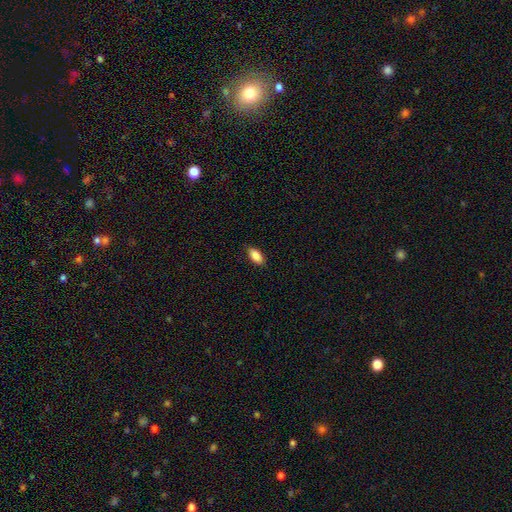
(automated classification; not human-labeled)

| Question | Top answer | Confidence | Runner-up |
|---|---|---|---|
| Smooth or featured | smooth | 86% | star or artifact (7%) |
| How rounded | in between | 89% | cigar-shaped (8%) |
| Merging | none | 86% | minor disturbance (11%) |